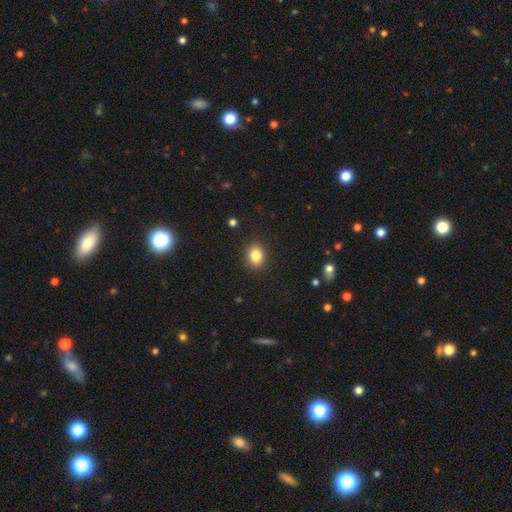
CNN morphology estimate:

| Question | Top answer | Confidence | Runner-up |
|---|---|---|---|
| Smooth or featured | smooth | 84% | star or artifact (10%) |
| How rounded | in between | 51% | round (48%) |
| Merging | none | 90% | minor disturbance (7%) |